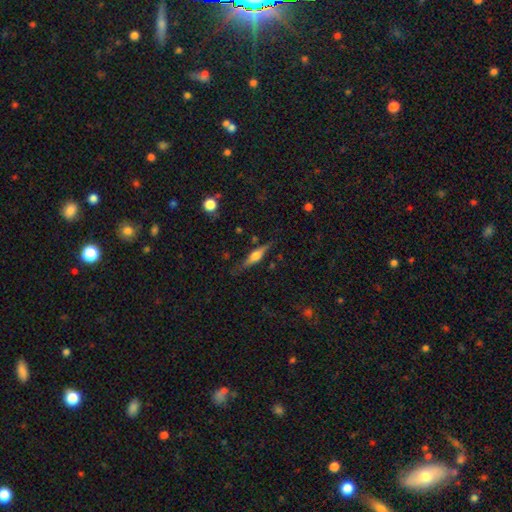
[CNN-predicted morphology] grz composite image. It shows a featured or disk galaxy (61%) viewed edge-on (95%) with a rounded central bulge (89%). Merging: none (81%).